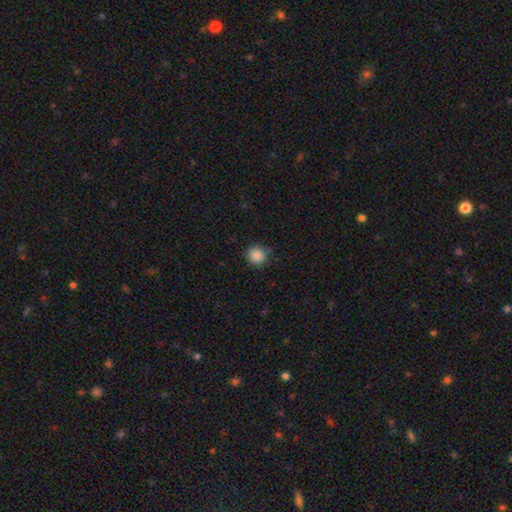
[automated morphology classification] Smooth or featured?
  - smooth: 88% *
  - star or artifact: 10%
  - featured or disk: 3%
How rounded?
  - round: 91% *
  - in between: 8%
  - cigar-shaped: 1%
Merging?
  - none: 86% *
  - minor disturbance: 11%
  - major disturbance: 3%
  - merger: 1%